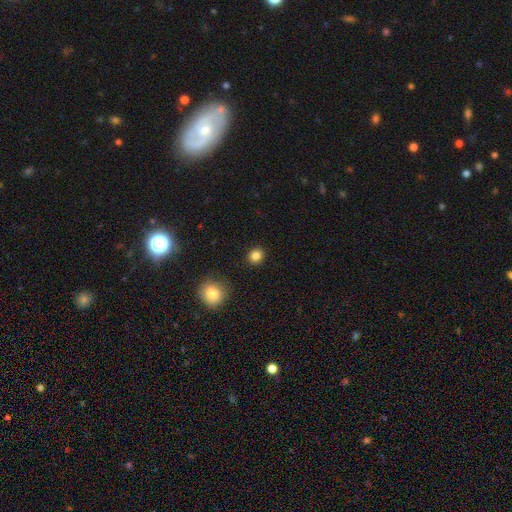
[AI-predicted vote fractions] smooth 84%, star or artifact 11%, featured or disk 4%. Down the decision tree: how rounded — round (87%); merging — none (91%).